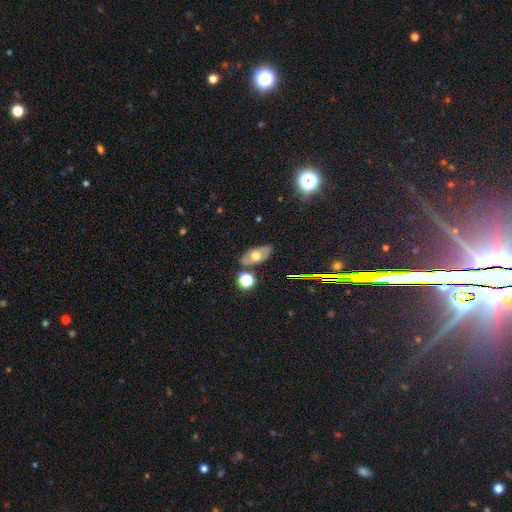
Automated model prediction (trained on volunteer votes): Smooth or featured?
  - smooth: 46% *
  - featured or disk: 42%
  - star or artifact: 12%
Merging?
  - none: 78% *
  - minor disturbance: 13%
  - merger: 6%
  - major disturbance: 3%